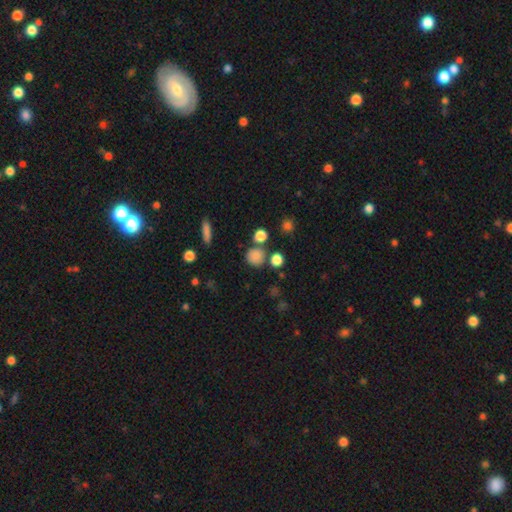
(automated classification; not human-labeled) Smooth or featured? smooth (81%)
How rounded? round (86%)
Merging? none (71%)